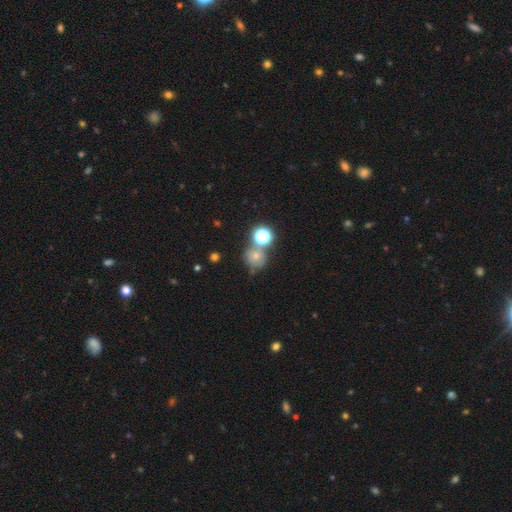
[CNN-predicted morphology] A smooth galaxy with no disk features (60%) that is round (83%). Merging: none (54%).